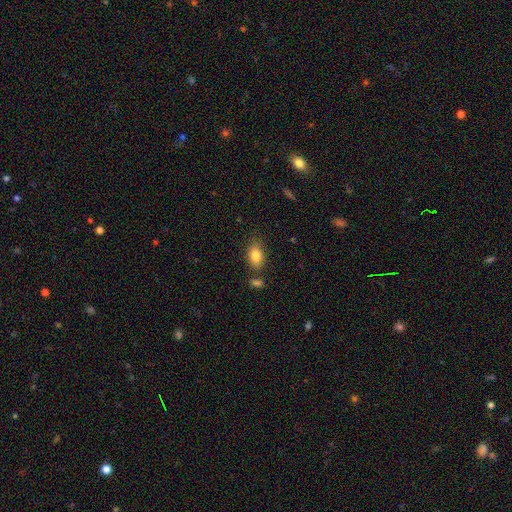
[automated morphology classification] Overall: smooth (83%). How rounded: in between (86%). Merging: none (72%).